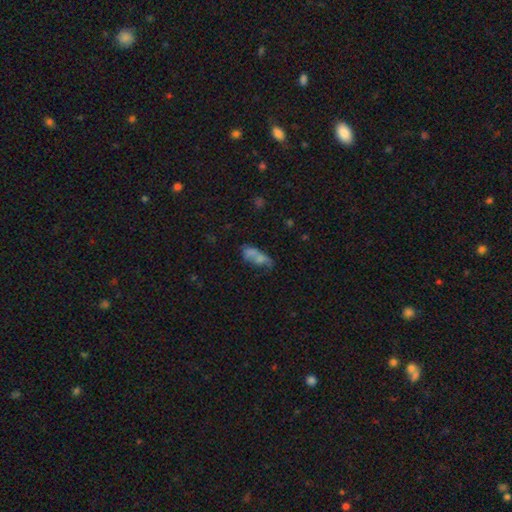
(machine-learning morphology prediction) Smooth or featured? smooth (55%)
How rounded? in between (74%)
Merging? merger (32%)